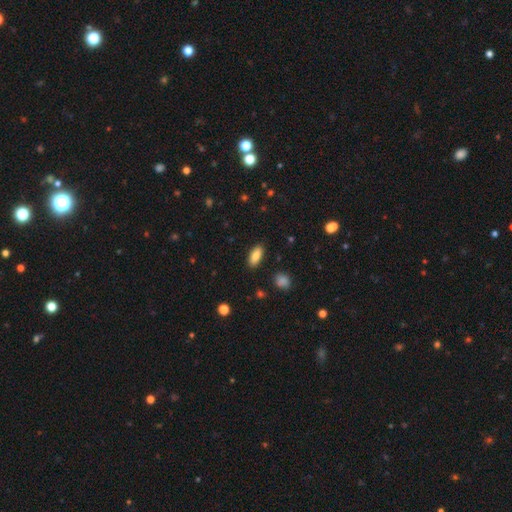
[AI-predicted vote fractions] Overall: smooth (86%). How rounded: in between (82%). Merging: none (88%).